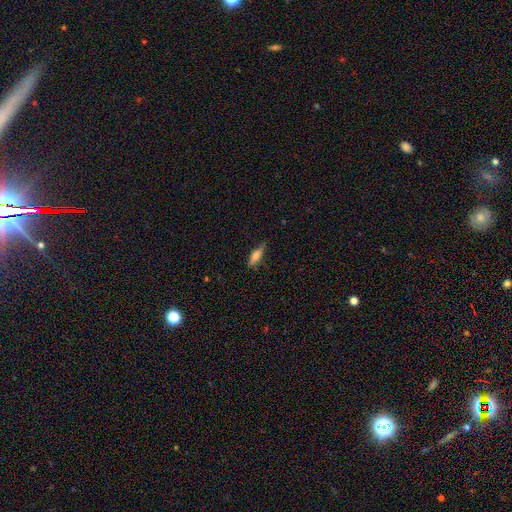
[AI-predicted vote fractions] Morphology: type=smooth (72%); roundness=cigar-shaped (53%); merging=none (67%).